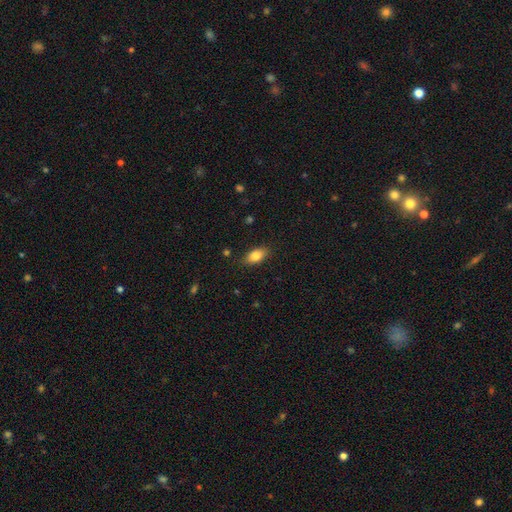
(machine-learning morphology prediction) Smooth or featured? Predicted: smooth (p=0.83). How rounded? Predicted: in between (p=0.87). Merging? Predicted: none (p=0.84).